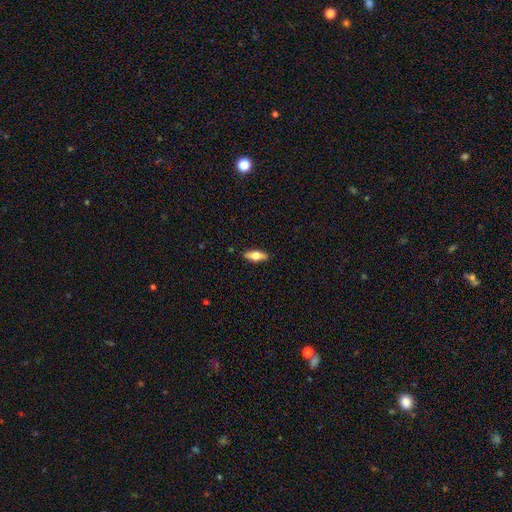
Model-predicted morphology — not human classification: type=smooth (53%); roundness=in between (60%); merging=none (89%).